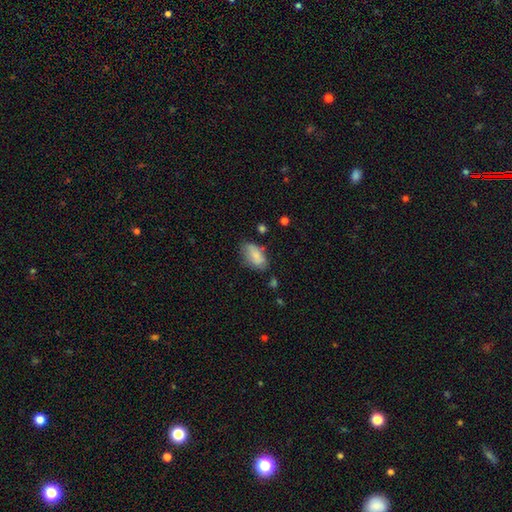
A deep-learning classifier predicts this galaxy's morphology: A smooth galaxy with no disk features (81%) that is in between round and cigar-shaped (92%).

Vote fractions:
- Smooth or featured? smooth: 81% / featured or disk: 11% / star or artifact: 7%
- How rounded? in between: 92% / cigar-shaped: 4% / round: 4%
- Merging? none: 61% / minor disturbance: 28% / major disturbance: 7% / merger: 4%